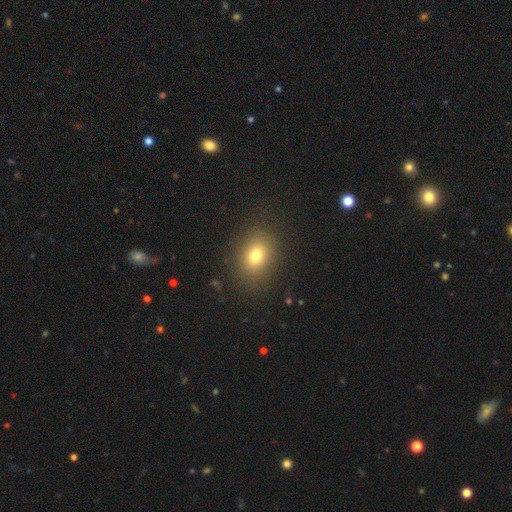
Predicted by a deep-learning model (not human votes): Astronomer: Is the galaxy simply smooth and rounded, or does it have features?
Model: smooth — 75%.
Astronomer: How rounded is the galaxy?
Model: in between — 57% (runner-up: round, 42%).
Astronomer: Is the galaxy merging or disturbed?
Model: none — 87%.